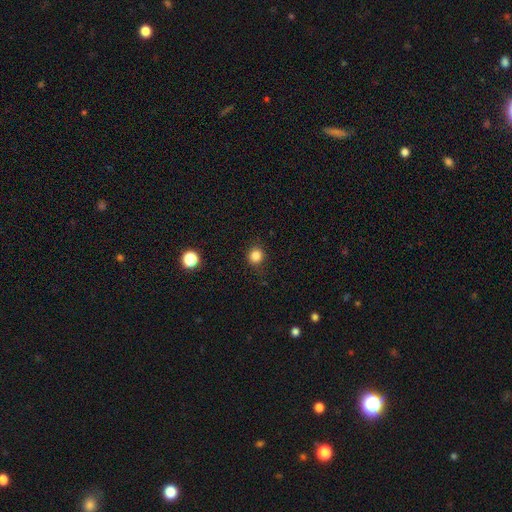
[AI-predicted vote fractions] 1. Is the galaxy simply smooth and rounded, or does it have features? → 84% smooth, 12% star or artifact, 4% featured or disk.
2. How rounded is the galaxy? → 88% round, 11% in between, 1% cigar-shaped.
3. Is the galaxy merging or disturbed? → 87% none, 9% minor disturbance, 3% major disturbance, 1% merger.